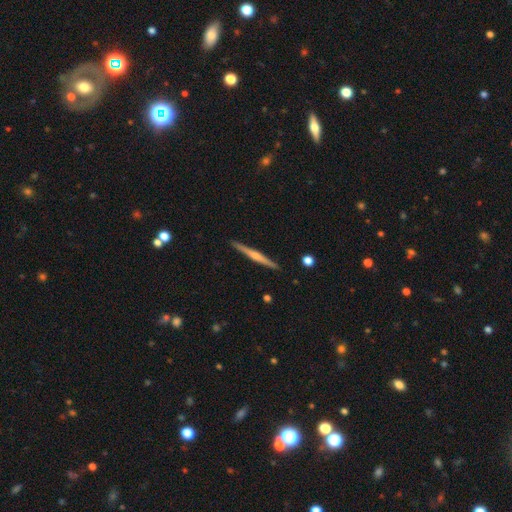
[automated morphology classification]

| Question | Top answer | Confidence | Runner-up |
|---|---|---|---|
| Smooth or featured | featured or disk | 65% | smooth (29%) |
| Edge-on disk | yes | 98% | no (2%) |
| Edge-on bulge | rounded | 58% | none (27%) |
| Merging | none | 92% | minor disturbance (6%) |